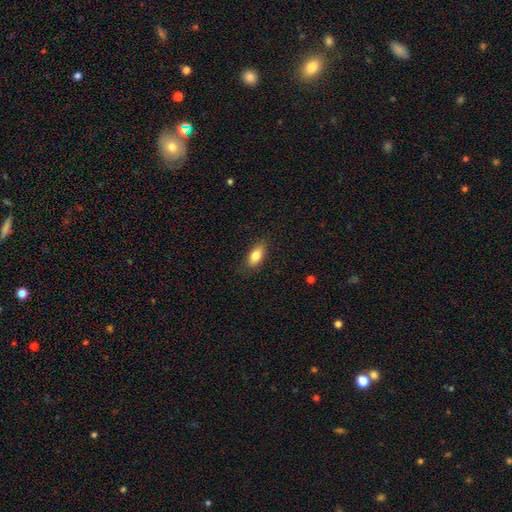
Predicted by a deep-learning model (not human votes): Morphology: type=smooth (81%); roundness=in between (87%); merging=none (83%).